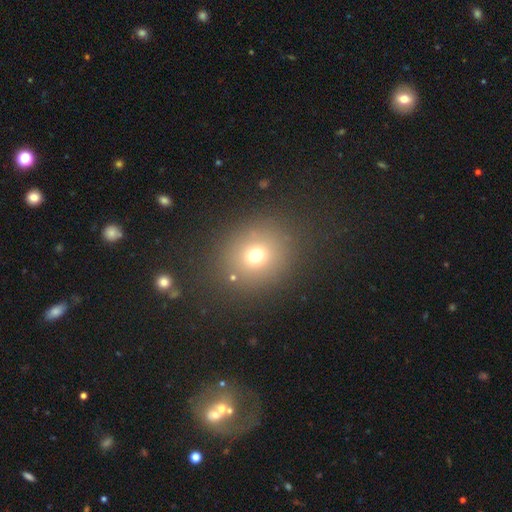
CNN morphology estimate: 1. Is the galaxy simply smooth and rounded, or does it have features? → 69% smooth, 20% star or artifact, 11% featured or disk.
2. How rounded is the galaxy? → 81% round, 18% in between, 1% cigar-shaped.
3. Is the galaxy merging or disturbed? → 83% none, 9% minor disturbance, 5% major disturbance, 3% merger.